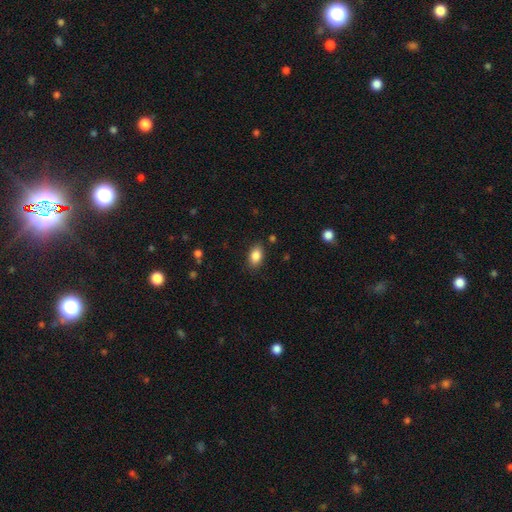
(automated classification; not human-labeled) Overall: smooth (86%). How rounded: in between (88%). Merging: none (86%).